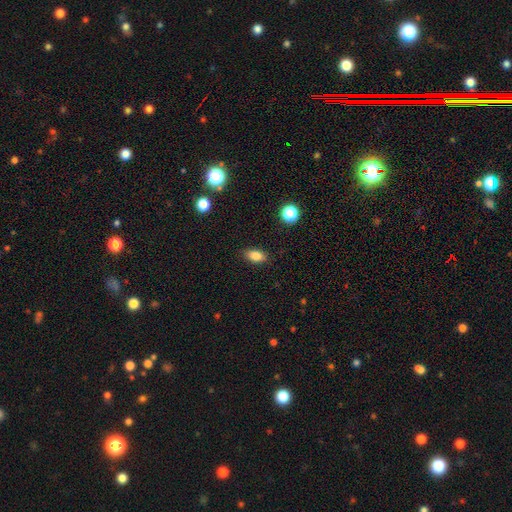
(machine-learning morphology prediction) smooth 84%, star or artifact 10%, featured or disk 7%. Down the decision tree: how rounded — in between (86%); merging — none (87%).